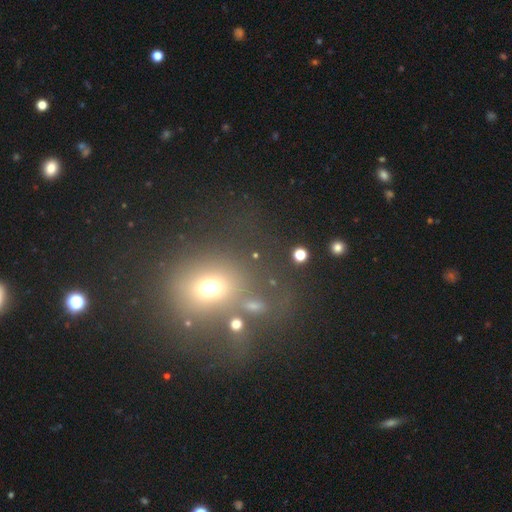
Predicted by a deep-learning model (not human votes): A smooth galaxy with no disk features (55%) that is round (71%). Merging: none (56%).